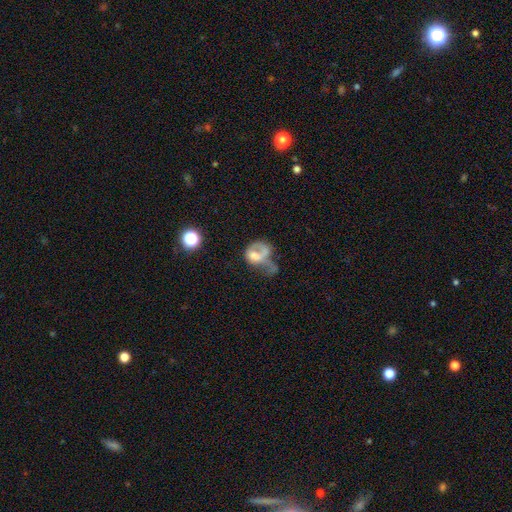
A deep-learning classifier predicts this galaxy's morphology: A smooth galaxy with no disk features (48%).

Vote fractions:
- Smooth or featured? smooth: 48% / featured or disk: 39% / star or artifact: 13%
- Merging? major disturbance: 47% / merger: 24% / none: 15% / minor disturbance: 14%